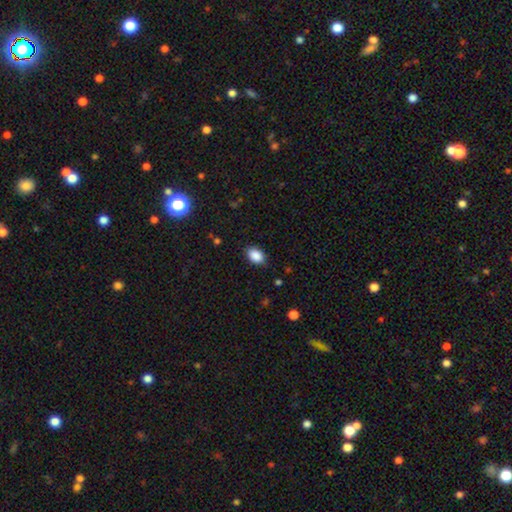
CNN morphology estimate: smooth_or_featured: smooth (p=0.89) [alt: star or artifact p=0.08]
how_rounded: in between (p=0.85) [alt: round p=0.14]
merging: none (p=0.85) [alt: minor disturbance p=0.11]